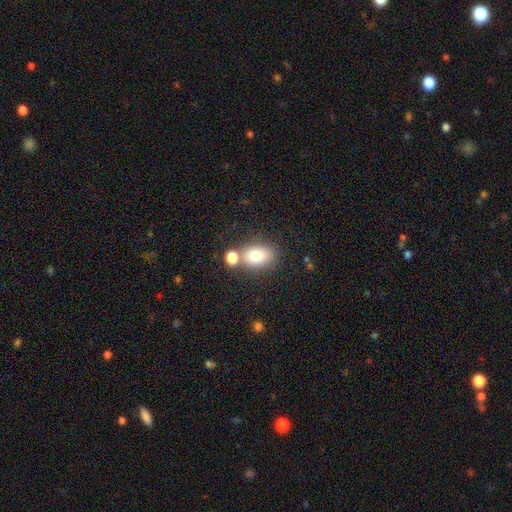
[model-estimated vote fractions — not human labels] This is likely a smooth galaxy (80%). How rounded: likely in between (78%). Merging: possibly none (58%).